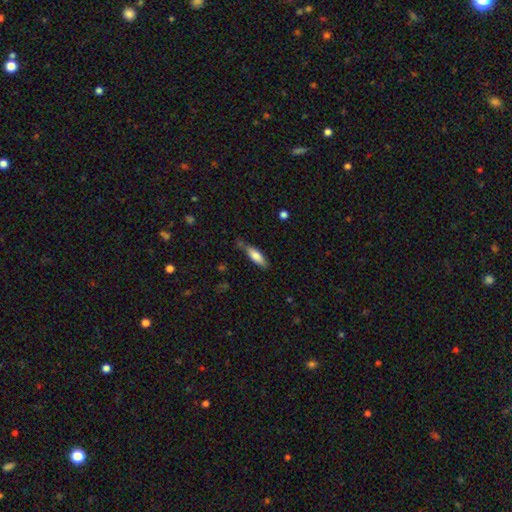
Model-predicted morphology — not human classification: A smooth galaxy with no disk features (75%) that is in between round and cigar-shaped (53%).

Vote fractions:
- Smooth or featured? smooth: 75% / featured or disk: 18% / star or artifact: 7%
- How rounded? in between: 53% / cigar-shaped: 45% / round: 2%
- Merging? none: 62% / minor disturbance: 25% / merger: 7% / major disturbance: 6%